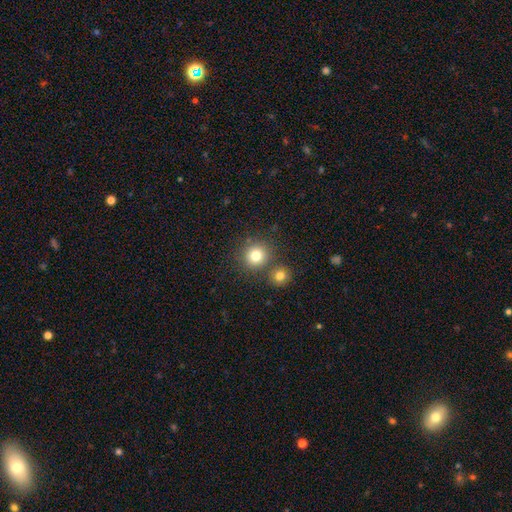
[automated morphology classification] Smooth or featured: smooth — 80% (star or artifact — 13%)
How rounded: round — 91% (in between — 8%)
Merging: none — 76% (merger — 14%)